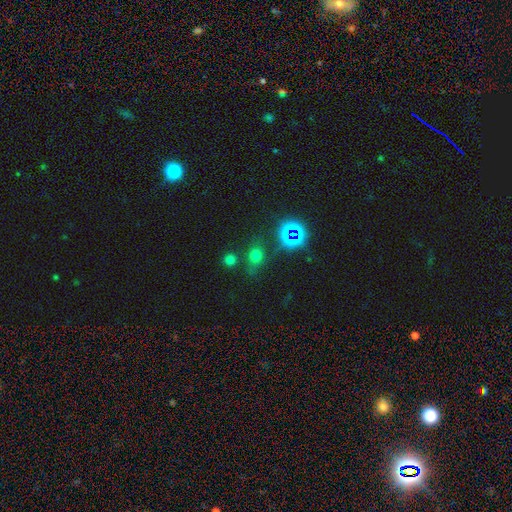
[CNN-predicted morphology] type=smooth (59%); roundness=round (65%); merging=none (73%).